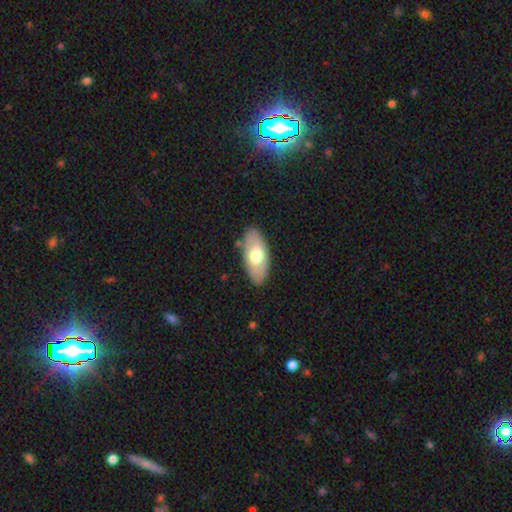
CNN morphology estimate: A smooth galaxy with no disk features (62%) that is in between round and cigar-shaped (90%).

Vote fractions:
- Smooth or featured? smooth: 62% / featured or disk: 32% / star or artifact: 5%
- How rounded? in between: 90% / cigar-shaped: 7% / round: 3%
- Merging? none: 84% / minor disturbance: 11% / major disturbance: 3% / merger: 2%